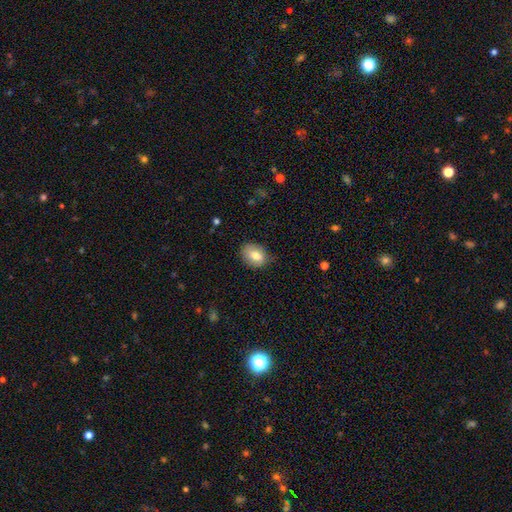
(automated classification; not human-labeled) Q: Smooth or featured?
A: smooth (77%); runner-up: featured or disk (15%)
Q: How rounded?
A: in between (69%); runner-up: round (30%)
Q: Merging?
A: none (75%); runner-up: minor disturbance (20%)